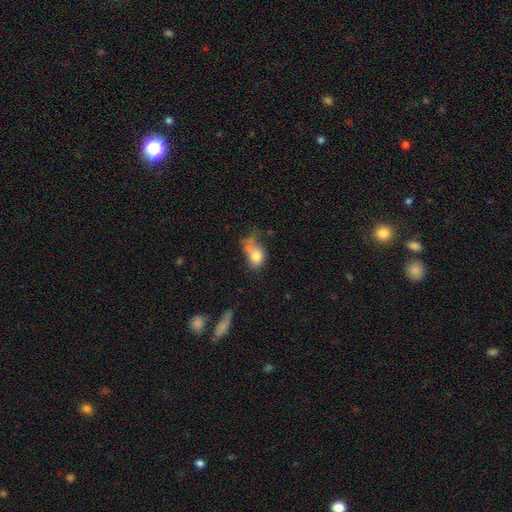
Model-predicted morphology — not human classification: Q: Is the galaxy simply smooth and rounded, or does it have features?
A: smooth — 74%.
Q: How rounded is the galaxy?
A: in between — 73%.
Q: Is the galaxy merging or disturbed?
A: minor disturbance — 27%.